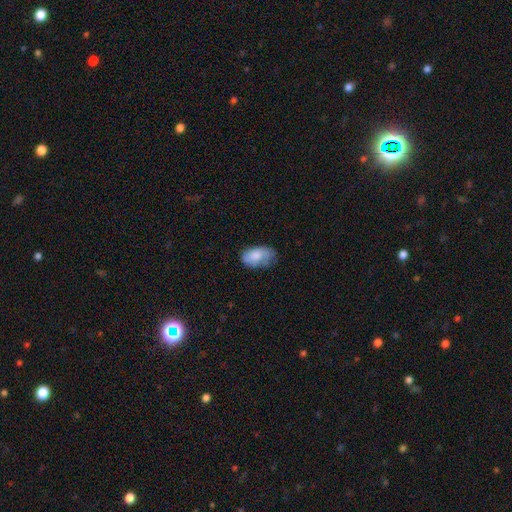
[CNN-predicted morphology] The model was most divided on "merging": none: 51%, minor disturbance: 35%, major disturbance: 12%, merger: 2%. More confident: how rounded — in between (93%); smooth or featured — smooth (78%).